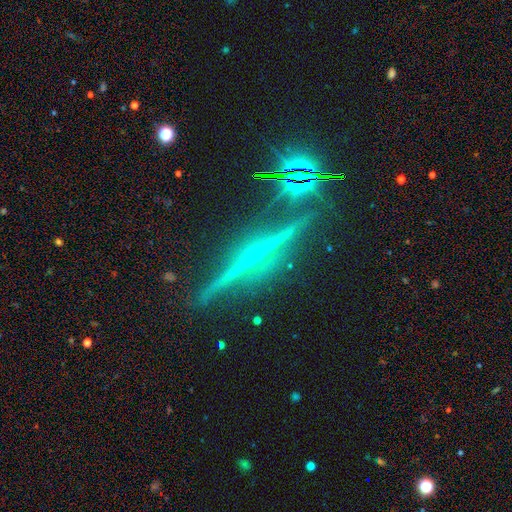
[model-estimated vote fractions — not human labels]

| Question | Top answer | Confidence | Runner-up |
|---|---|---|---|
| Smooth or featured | featured or disk | 71% | star or artifact (21%) |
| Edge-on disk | yes | 95% | no (5%) |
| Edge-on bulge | rounded | 59% | none (31%) |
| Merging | none | 86% | minor disturbance (9%) |